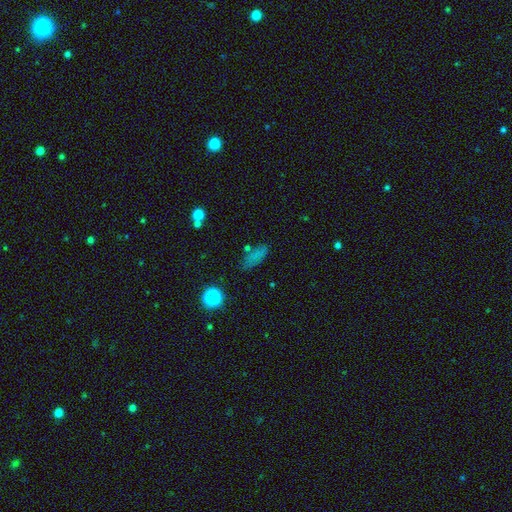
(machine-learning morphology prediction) type=smooth (71%); roundness=in between (58%); merging=none (74%).